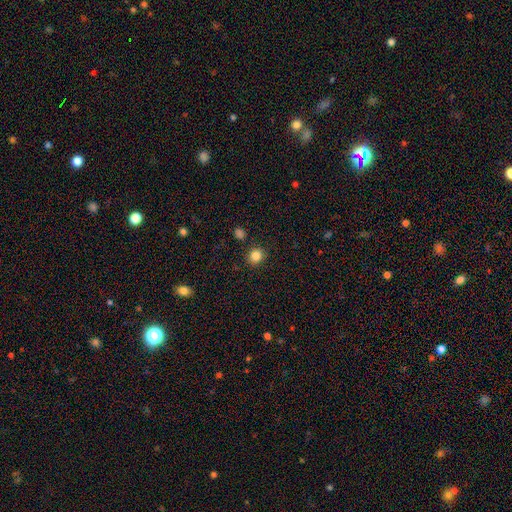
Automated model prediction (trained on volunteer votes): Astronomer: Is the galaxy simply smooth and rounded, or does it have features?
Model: smooth — 84%.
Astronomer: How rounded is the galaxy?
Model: round — 86%.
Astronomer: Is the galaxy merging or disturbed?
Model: none — 89%.